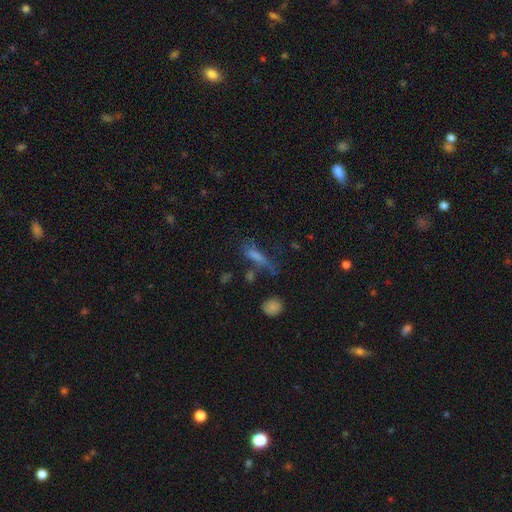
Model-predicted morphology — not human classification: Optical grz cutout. It shows a smooth galaxy with no disk features (50%). Merging: none (49%).